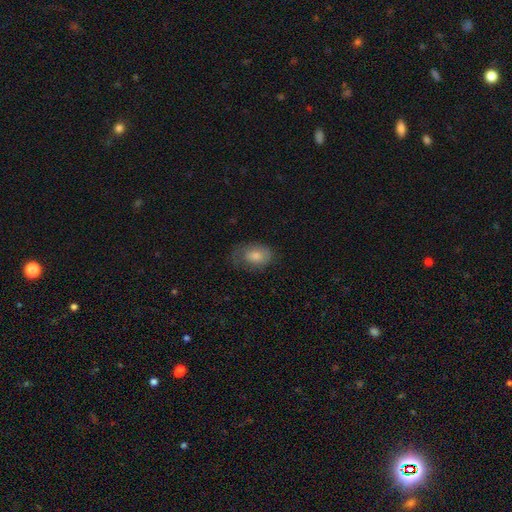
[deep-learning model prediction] This is likely a smooth galaxy (66%). How rounded: clearly in between (82%). Merging: possibly none (57%).